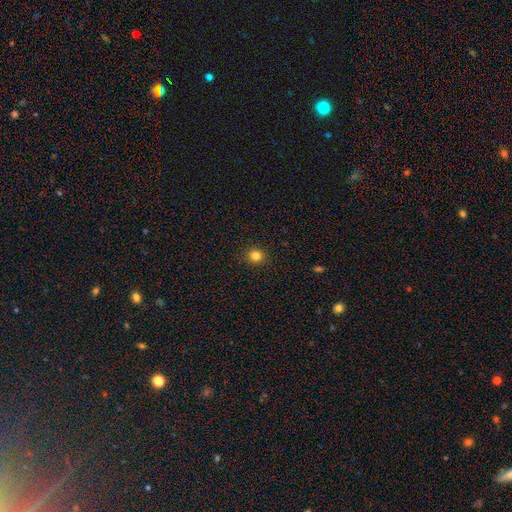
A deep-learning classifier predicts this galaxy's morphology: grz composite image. It shows a smooth galaxy with no disk features (82%) that is round (88%). Merging: none (92%).